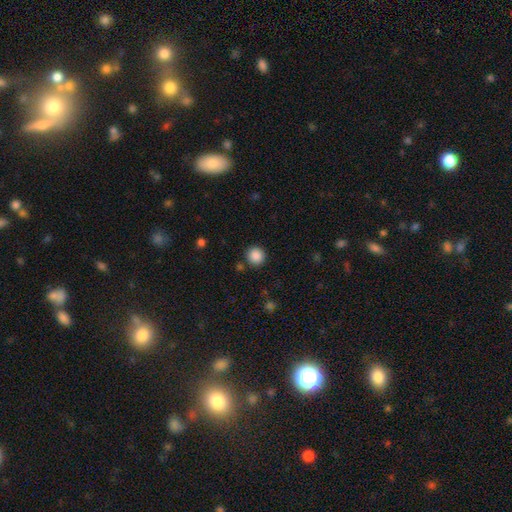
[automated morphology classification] Smooth or featured: smooth — 87% (star or artifact — 10%)
How rounded: round — 94% (in between — 5%)
Merging: none — 89% (minor disturbance — 6%)